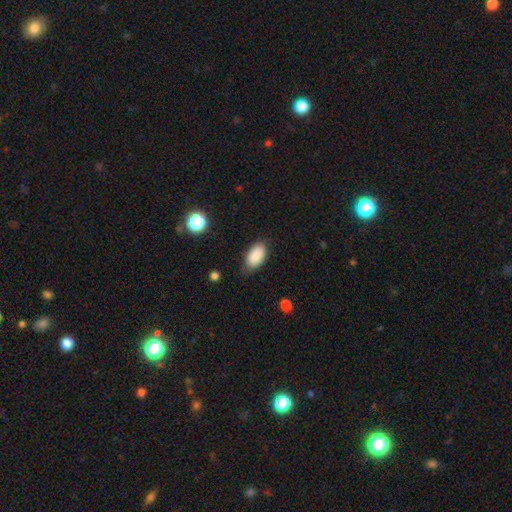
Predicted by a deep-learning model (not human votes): The model was most divided on "merging": none: 77%, minor disturbance: 18%, major disturbance: 4%, merger: 1%. More confident: how rounded — in between (94%); smooth or featured — smooth (89%).